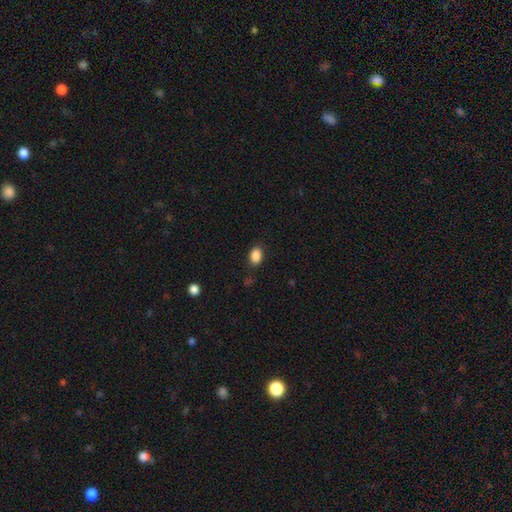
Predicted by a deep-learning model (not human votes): This appears to be a smooth galaxy with no disk features (88%) that is in between round and cigar-shaped (81%). Merging: none (84%).